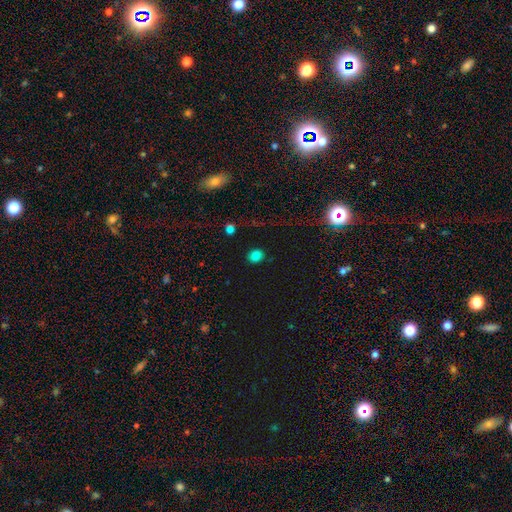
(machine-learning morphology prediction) type=smooth (80%); roundness=round (60%); merging=none (86%).